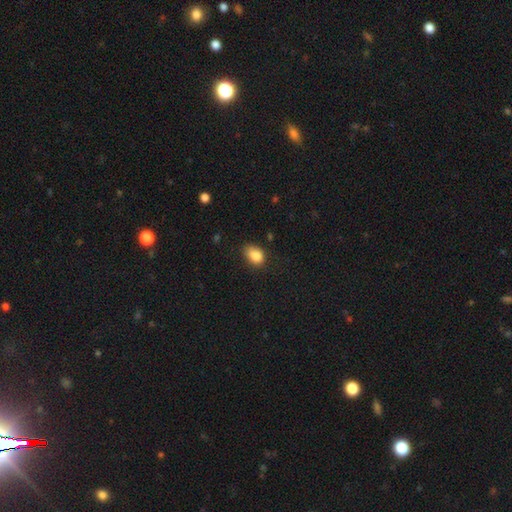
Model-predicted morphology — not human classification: type=smooth (85%); roundness=in between (81%); merging=none (56%).